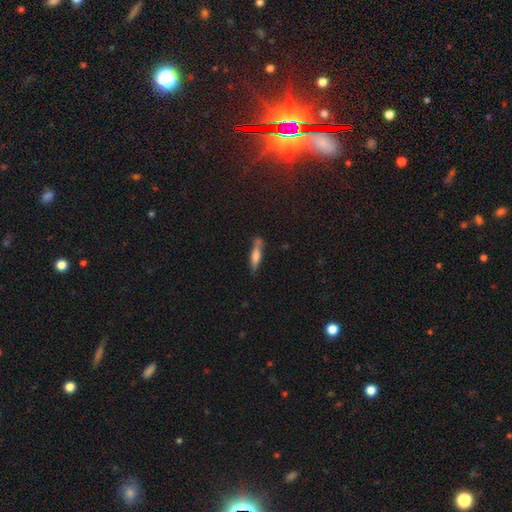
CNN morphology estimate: A smooth galaxy with no disk features (64%) that is cigar-shaped (78%).

Vote fractions:
- Smooth or featured? smooth: 64% / featured or disk: 29% / star or artifact: 8%
- How rounded? cigar-shaped: 78% / in between: 20% / round: 2%
- Merging? none: 68% / minor disturbance: 20% / merger: 6% / major disturbance: 5%